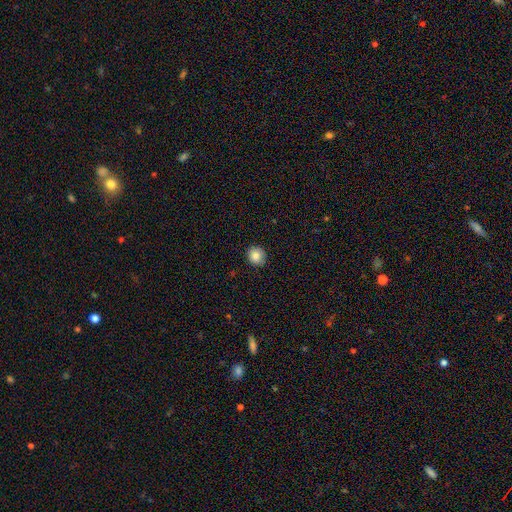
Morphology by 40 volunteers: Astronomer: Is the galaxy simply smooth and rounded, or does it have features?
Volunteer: smooth — 78%.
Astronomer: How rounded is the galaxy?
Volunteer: round — 100%.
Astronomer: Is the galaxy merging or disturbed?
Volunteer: none — 91%.